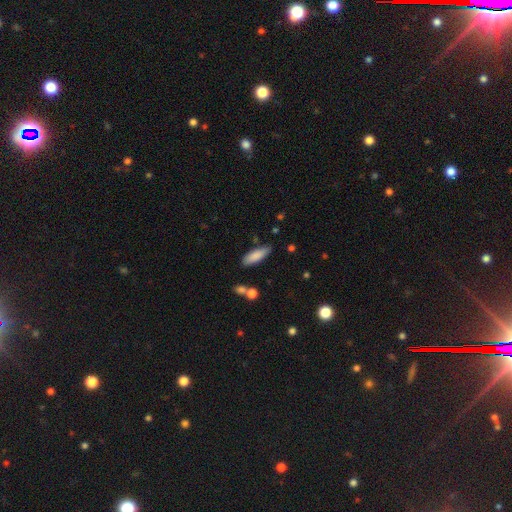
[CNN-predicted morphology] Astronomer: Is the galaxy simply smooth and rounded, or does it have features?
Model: smooth — 85%.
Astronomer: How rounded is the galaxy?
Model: in between — 53% (runner-up: cigar-shaped, 46%).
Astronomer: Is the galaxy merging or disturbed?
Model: none — 79%.